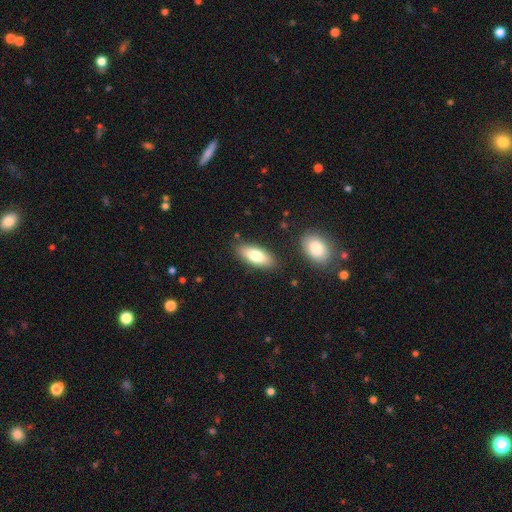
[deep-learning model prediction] smooth_or_featured: smooth (p=0.75) [alt: featured or disk p=0.18]
how_rounded: in between (p=0.80) [alt: cigar-shaped p=0.18]
merging: none (p=0.84) [alt: minor disturbance p=0.10]